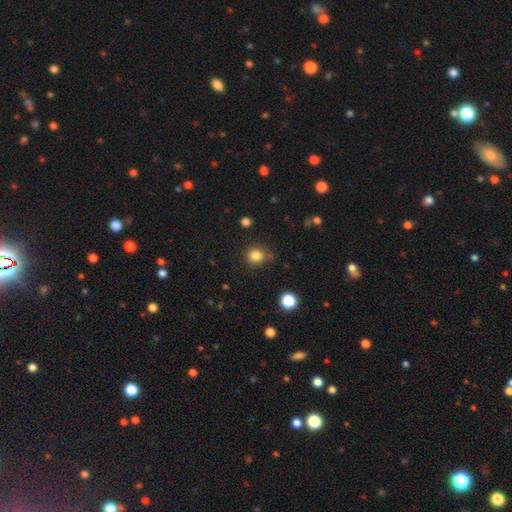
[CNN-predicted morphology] The model was most divided on "how rounded": round: 83%, in between: 16%, cigar-shaped: 1%. More confident: smooth or featured — smooth (83%); merging — none (81%).